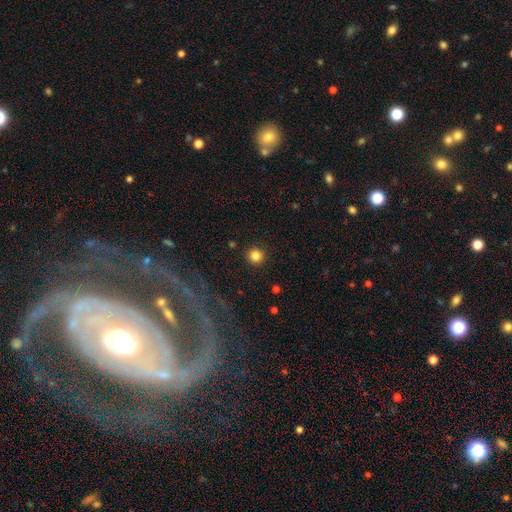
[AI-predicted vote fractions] This appears to be a smooth galaxy with no disk features (83%) that is round (95%). Merging: none (92%).